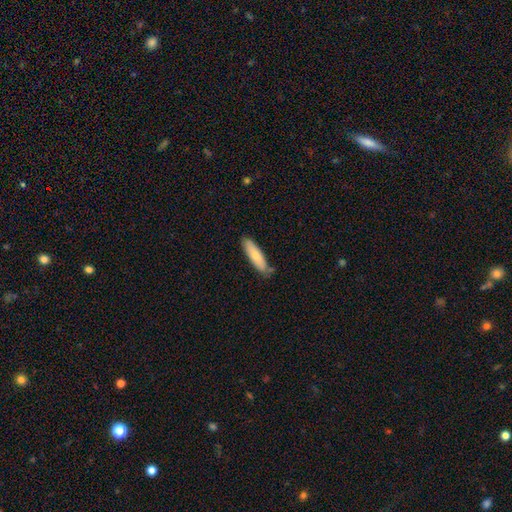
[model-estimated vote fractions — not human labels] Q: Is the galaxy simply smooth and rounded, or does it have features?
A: smooth — 74%.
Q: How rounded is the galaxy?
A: cigar-shaped — 61%.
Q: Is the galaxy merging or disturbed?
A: none — 76%.